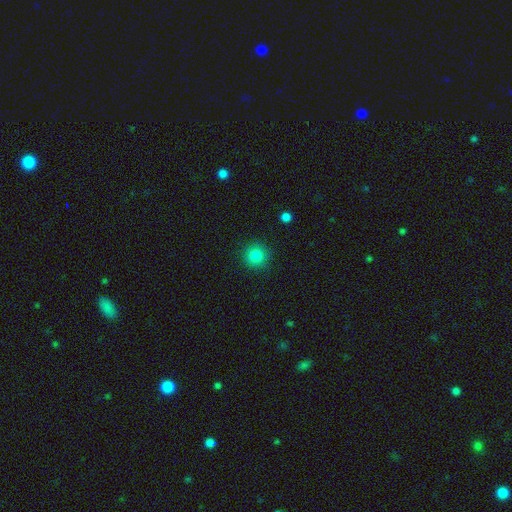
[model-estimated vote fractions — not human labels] A smooth galaxy with no disk features (83%) that is round (94%).

Vote fractions:
- Smooth or featured? smooth: 83% / star or artifact: 12% / featured or disk: 5%
- How rounded? round: 94% / in between: 5% / cigar-shaped: 1%
- Merging? none: 91% / minor disturbance: 6% / major disturbance: 2% / merger: 1%